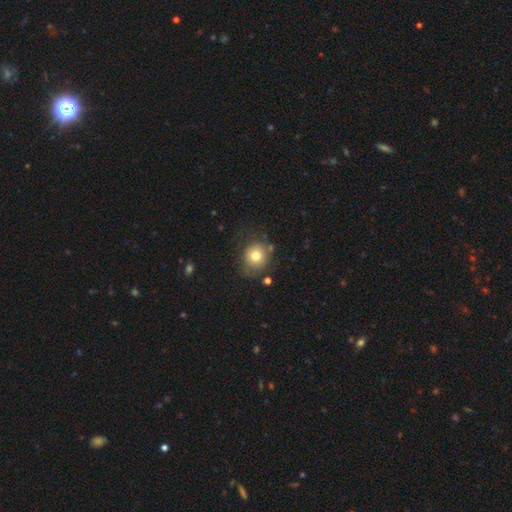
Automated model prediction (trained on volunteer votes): Smooth or featured: smooth — 76% (featured or disk — 13%)
How rounded: round — 81% (in between — 18%)
Merging: none — 72% (minor disturbance — 18%)